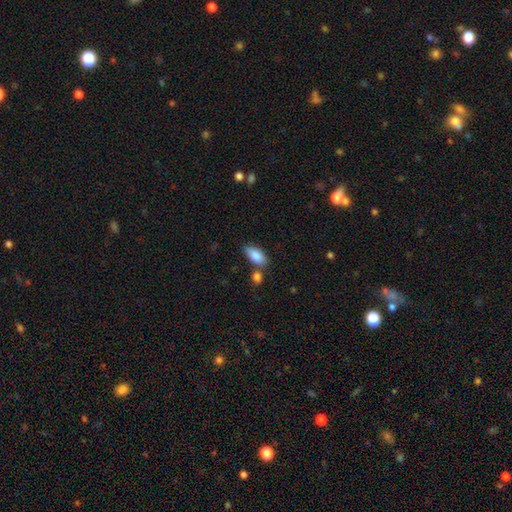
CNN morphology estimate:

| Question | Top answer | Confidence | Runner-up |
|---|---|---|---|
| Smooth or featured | smooth | 86% | featured or disk (8%) |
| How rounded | in between | 90% | cigar-shaped (7%) |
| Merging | none | 63% | minor disturbance (18%) |